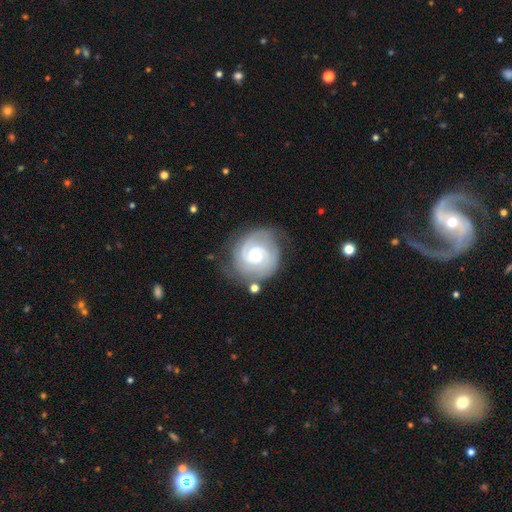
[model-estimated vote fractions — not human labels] Morphology: type=featured or disk (86%); edge-on=no (98%); bar=no (66%); spiral arms=yes (97%); winding=tight (69%); arm count=2 (61%); bulge=small (49%); merging=none (72%).